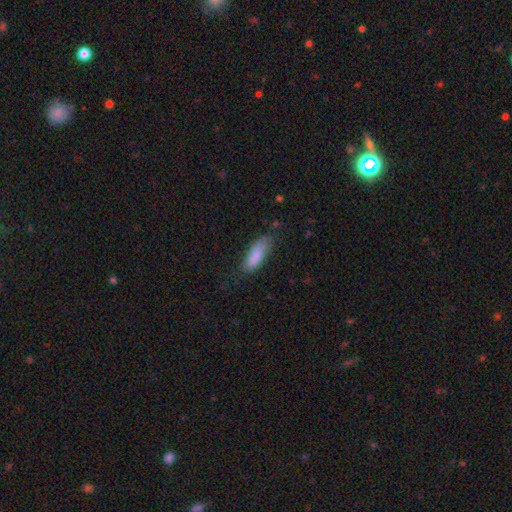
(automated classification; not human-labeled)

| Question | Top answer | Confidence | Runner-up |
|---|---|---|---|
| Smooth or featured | smooth | 86% | featured or disk (8%) |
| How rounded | in between | 60% | cigar-shaped (38%) |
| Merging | none | 67% | minor disturbance (25%) |